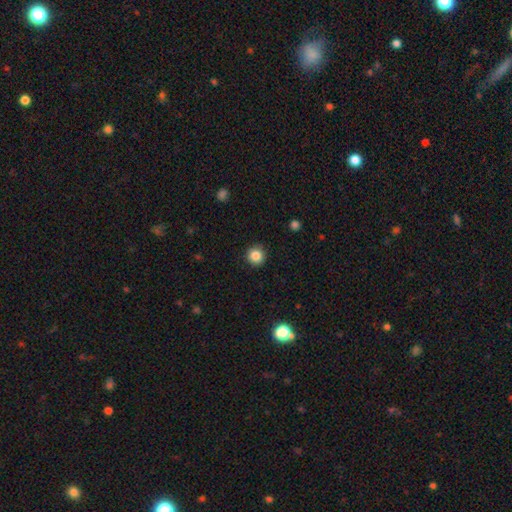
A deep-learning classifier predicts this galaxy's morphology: type=smooth (85%); roundness=round (94%); merging=none (91%).